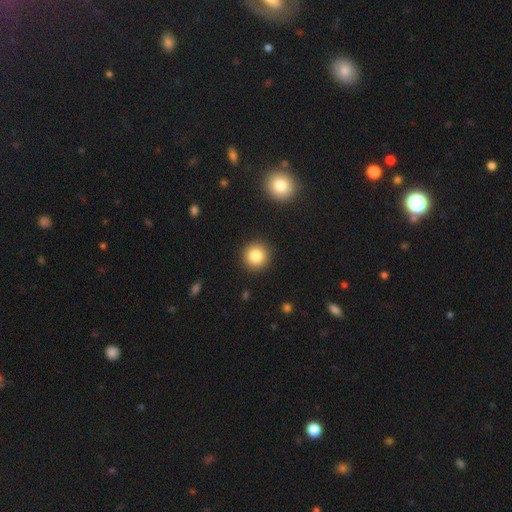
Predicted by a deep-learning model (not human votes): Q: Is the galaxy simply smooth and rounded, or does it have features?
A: smooth — 83%.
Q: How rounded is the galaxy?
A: round — 94%.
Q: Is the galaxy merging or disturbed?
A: none — 91%.